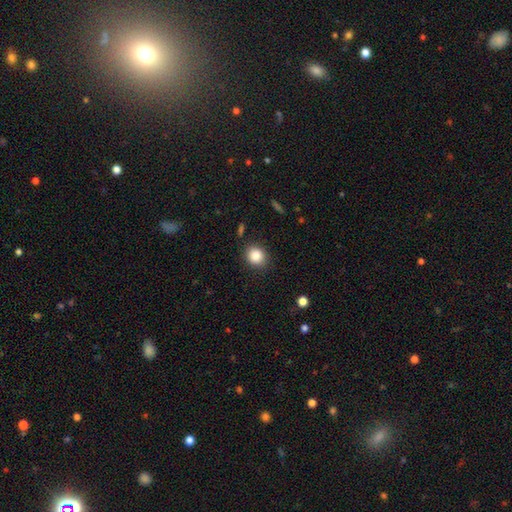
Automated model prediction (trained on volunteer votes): Overall: smooth (87%). How rounded: round (72%). Merging: none (85%).